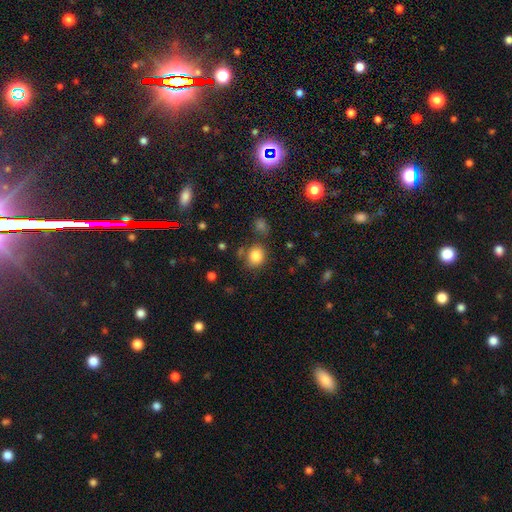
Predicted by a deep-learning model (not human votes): Q: Smooth or featured?
A: smooth (84%); runner-up: star or artifact (10%)
Q: How rounded?
A: round (72%); runner-up: in between (27%)
Q: Merging?
A: none (74%); runner-up: minor disturbance (13%)